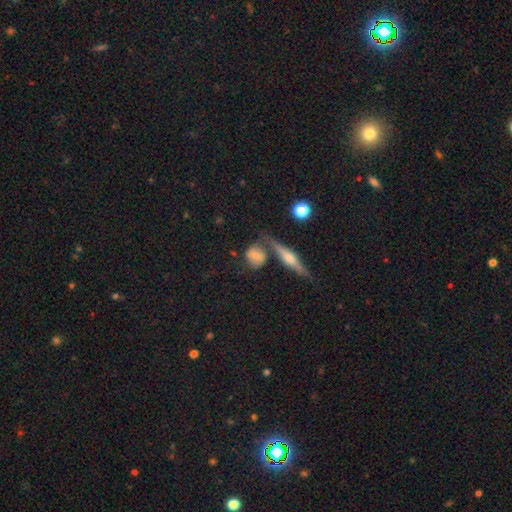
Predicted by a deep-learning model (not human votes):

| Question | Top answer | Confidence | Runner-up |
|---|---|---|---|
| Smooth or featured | smooth | 59% | featured or disk (31%) |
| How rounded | round | 64% | in between (29%) |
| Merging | none | 62% | minor disturbance (16%) |